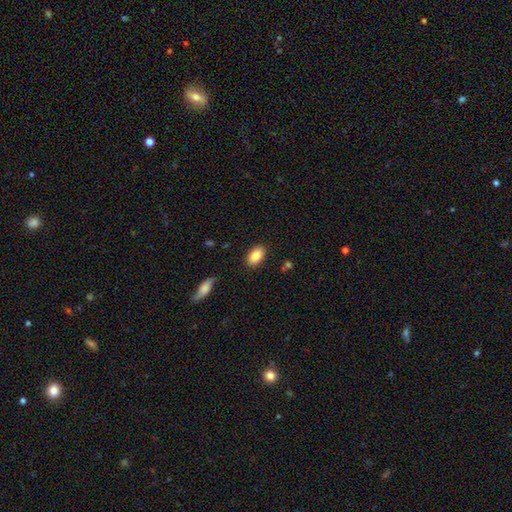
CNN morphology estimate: Smooth or featured: smooth — 86% (star or artifact — 7%)
How rounded: in between — 91% (round — 7%)
Merging: none — 87% (minor disturbance — 9%)